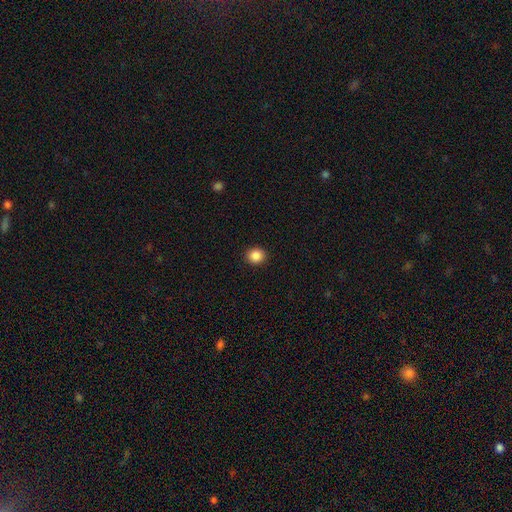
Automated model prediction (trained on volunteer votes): Smooth or featured?
  - smooth: 88% *
  - star or artifact: 9%
  - featured or disk: 3%
How rounded?
  - round: 86% *
  - in between: 13%
  - cigar-shaped: 1%
Merging?
  - none: 91% *
  - minor disturbance: 6%
  - major disturbance: 2%
  - merger: 1%